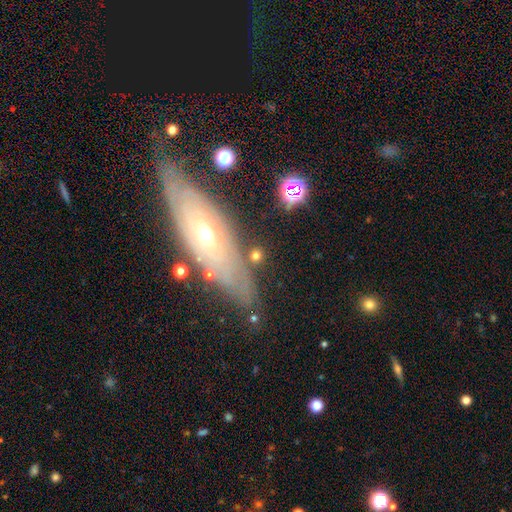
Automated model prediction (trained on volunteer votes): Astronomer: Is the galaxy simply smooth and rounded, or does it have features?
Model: smooth — 63%.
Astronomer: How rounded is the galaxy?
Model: round — 62%.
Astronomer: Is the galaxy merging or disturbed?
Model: none — 78%.